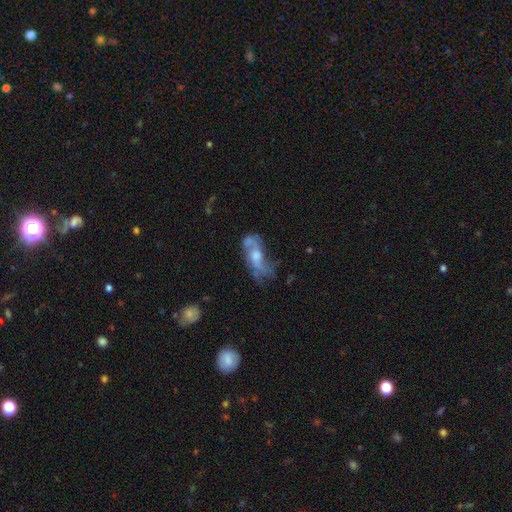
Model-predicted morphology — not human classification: A featured or disk galaxy (67%) with no bar (66%), spiral arms (67%) and a moderate central bulge (53%).

Vote fractions:
- Smooth or featured? featured or disk: 67% / smooth: 23% / star or artifact: 11%
- Edge-on disk? no: 89% / yes: 11%
- Bar? no: 66% / weak: 27% / strong: 7%
- Spiral arms? yes: 67% / no: 33%
- Bulge size? moderate: 53% / small: 22% / large: 13% / none: 10% / dominant: 2%
- Merging? none: 39% / major disturbance: 28% / minor disturbance: 21% / merger: 12%